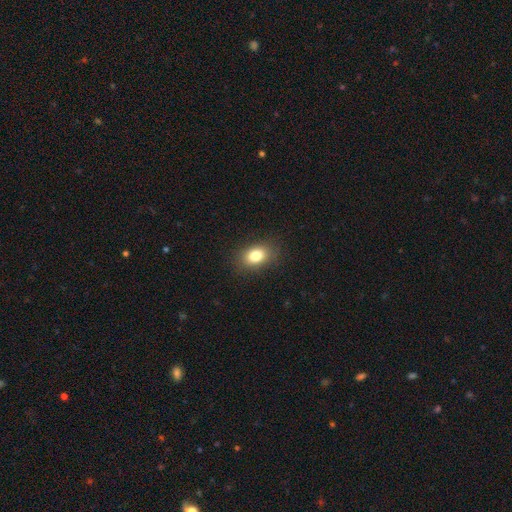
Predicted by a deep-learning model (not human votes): Smooth or featured? Predicted: smooth (p=0.82). How rounded? Predicted: in between (p=0.77). Merging? Predicted: none (p=0.86).